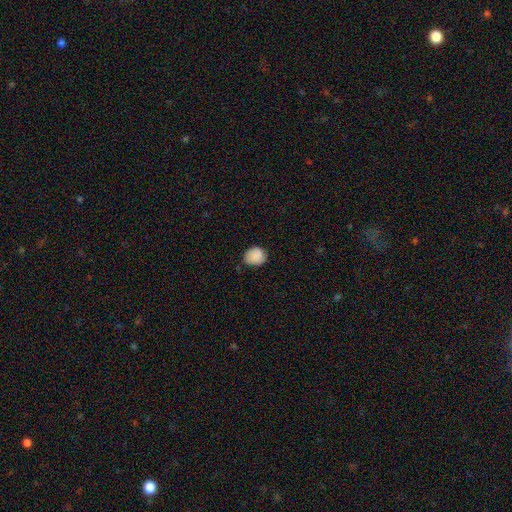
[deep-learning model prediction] smooth-or-featured: smooth: 88% | star or artifact: 8% | featured or disk: 4%
  how-rounded: round: 72% | in between: 28% | cigar-shaped: 1%
  merging: none: 67% | minor disturbance: 28% | major disturbance: 4% | merger: 2%